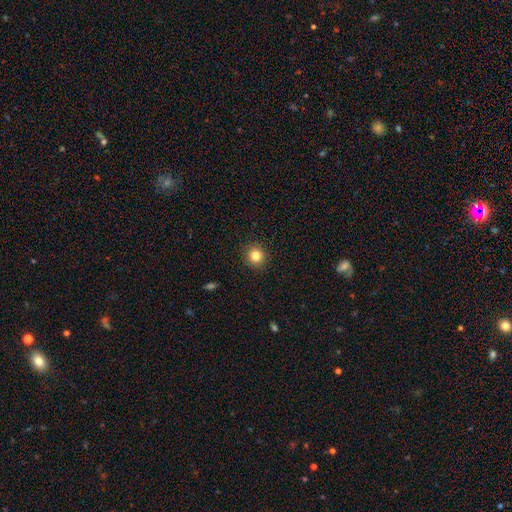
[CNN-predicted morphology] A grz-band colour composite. It shows a smooth galaxy with no disk features (83%) that is round (91%). Merging: none (91%).